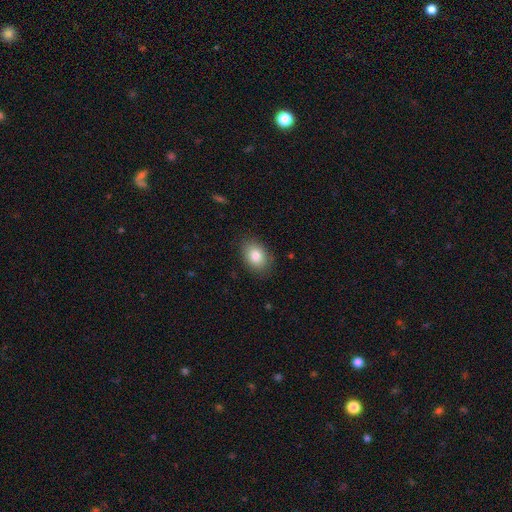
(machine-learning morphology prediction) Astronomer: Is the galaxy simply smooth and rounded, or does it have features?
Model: smooth — 84%.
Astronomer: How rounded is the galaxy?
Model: in between — 77%.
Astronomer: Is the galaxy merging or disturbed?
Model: none — 84%.